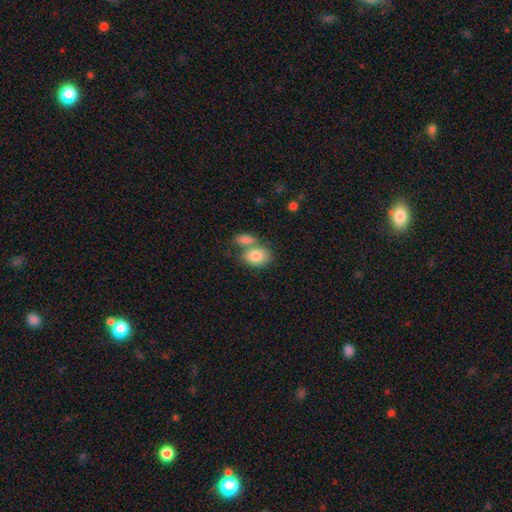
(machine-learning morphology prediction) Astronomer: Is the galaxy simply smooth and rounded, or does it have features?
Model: smooth — 81%.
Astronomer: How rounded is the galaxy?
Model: in between — 70%.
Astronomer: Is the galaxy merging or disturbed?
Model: merger — 47% (runner-up: none, 36%).